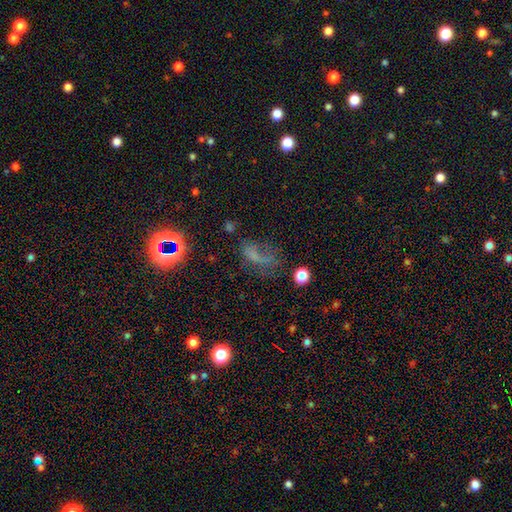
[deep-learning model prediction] smooth 41%, star or artifact 34%, featured or disk 25%. Down the decision tree: merging — none (36%).